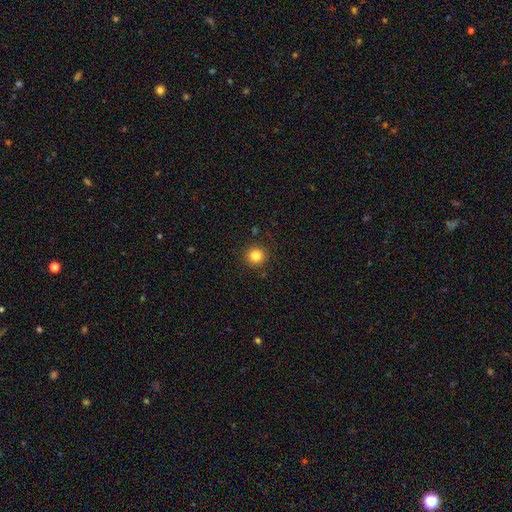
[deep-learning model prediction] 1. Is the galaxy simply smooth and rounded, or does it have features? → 83% smooth, 12% star or artifact, 5% featured or disk.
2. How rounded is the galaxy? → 94% round, 5% in between, 1% cigar-shaped.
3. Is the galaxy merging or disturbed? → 91% none, 6% minor disturbance, 2% major disturbance, 1% merger.